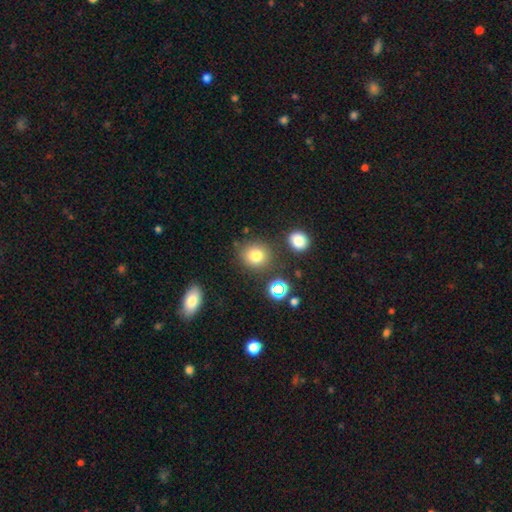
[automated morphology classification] A smooth galaxy with no disk features (76%) that is round (84%). Merging: none (80%).